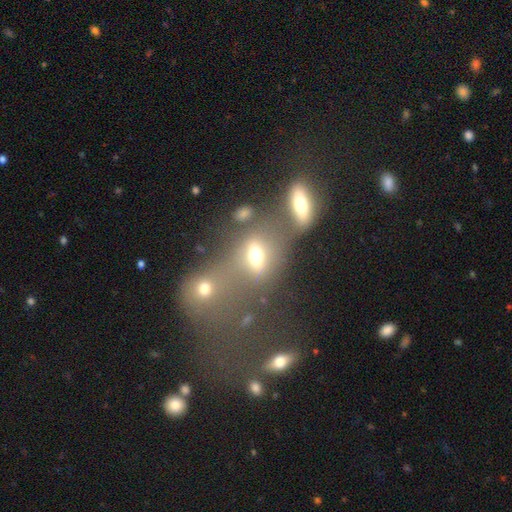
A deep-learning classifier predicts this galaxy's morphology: smooth_or_featured: smooth (p=0.61) [alt: featured or disk p=0.22]
how_rounded: in between (p=0.66) [alt: round p=0.27]
merging: merger (p=0.40) [alt: none p=0.37]